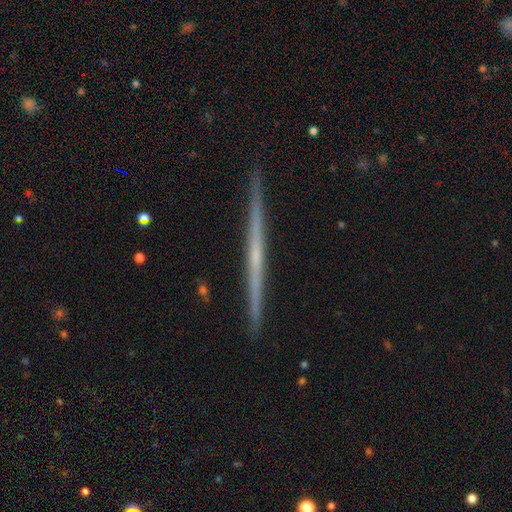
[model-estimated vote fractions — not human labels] This appears to be a featured or disk galaxy (70%) viewed edge-on (98%) with no central bulge (78%). Merging: none (92%).